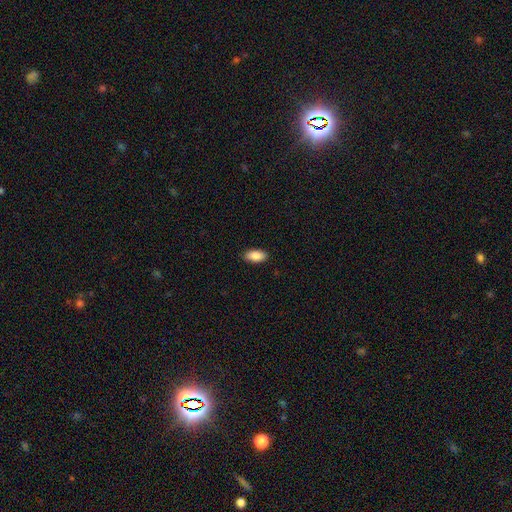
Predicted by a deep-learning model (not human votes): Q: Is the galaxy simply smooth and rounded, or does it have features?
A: smooth — 88%.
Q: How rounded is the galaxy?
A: in between — 93%.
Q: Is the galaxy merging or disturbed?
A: none — 89%.